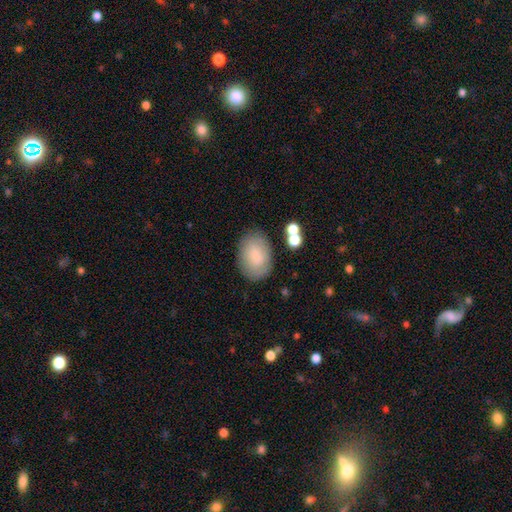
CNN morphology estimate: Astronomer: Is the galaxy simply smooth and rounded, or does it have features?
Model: smooth — 82%.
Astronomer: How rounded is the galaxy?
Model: in between — 84%.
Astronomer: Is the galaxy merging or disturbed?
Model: none — 78%.